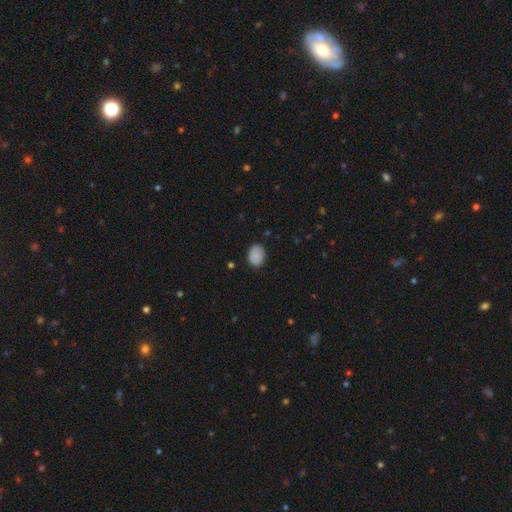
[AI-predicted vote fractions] smooth 88%, star or artifact 8%, featured or disk 4%. Down the decision tree: how rounded — in between (62%); merging — none (85%).